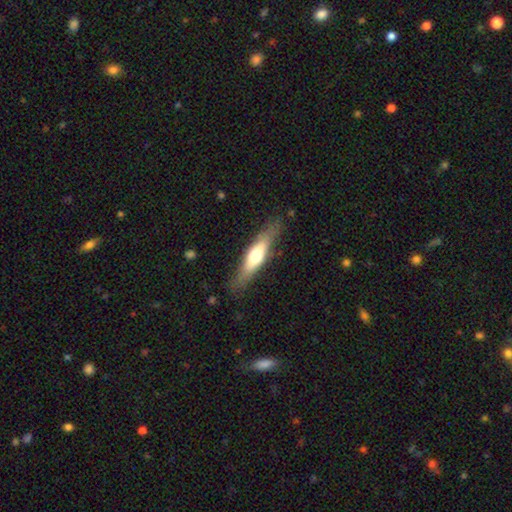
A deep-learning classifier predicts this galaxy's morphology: type=smooth (49%); merging=none (81%).